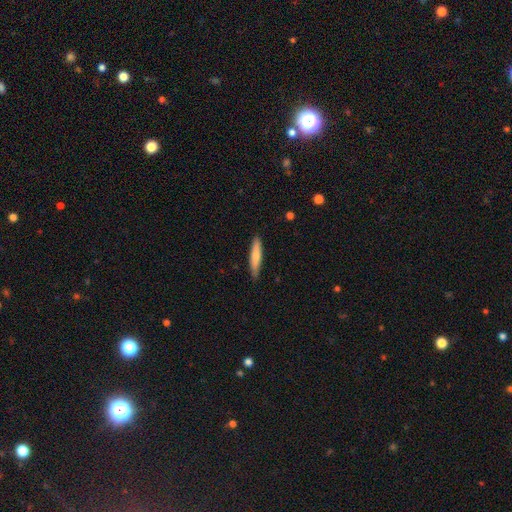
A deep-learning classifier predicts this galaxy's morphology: Smooth or featured?
  - smooth: 73% *
  - featured or disk: 22%
  - star or artifact: 5%
How rounded?
  - cigar-shaped: 87% *
  - in between: 11%
  - round: 1%
Merging?
  - none: 87% *
  - minor disturbance: 11%
  - major disturbance: 2%
  - merger: 1%